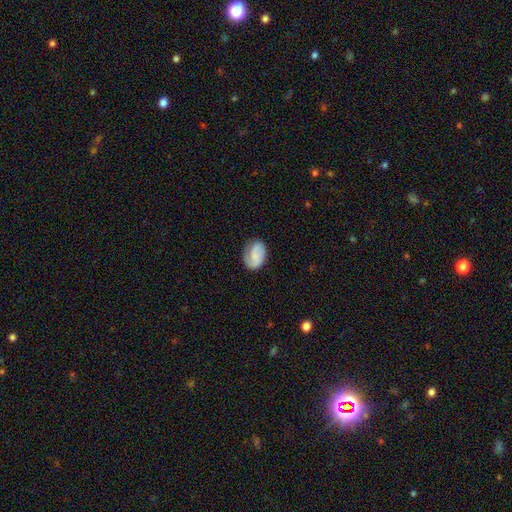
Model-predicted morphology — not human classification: The model was most divided on "smooth or featured": featured or disk: 47%, smooth: 46%, star or artifact: 8%. More confident: merging — none (70%).